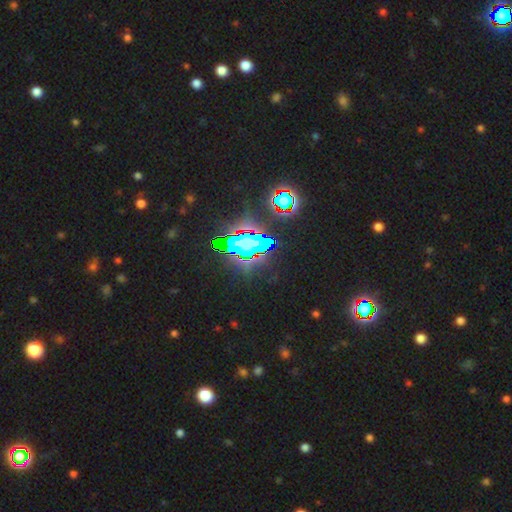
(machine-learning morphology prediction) Smooth or featured? Predicted: star or artifact (p=0.78).